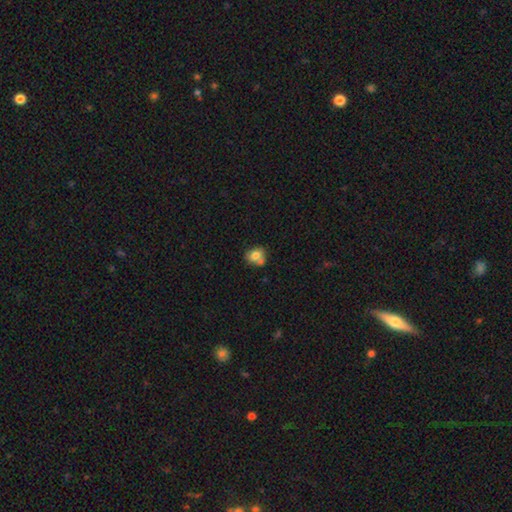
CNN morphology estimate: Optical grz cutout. It shows a smooth galaxy with no disk features (74%) that is round (61%). Merging: none (48%).